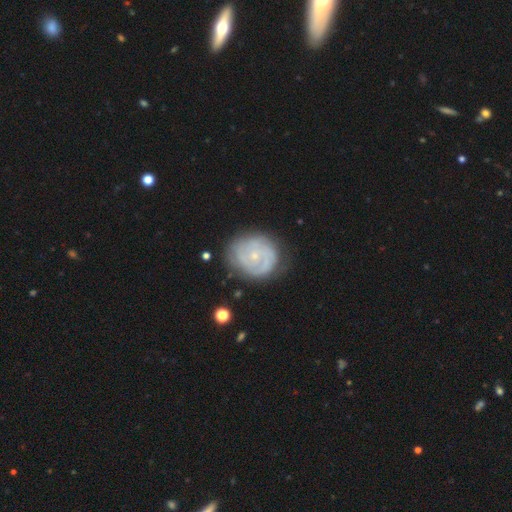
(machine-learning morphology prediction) The model was most divided on "spiral arm count": can't tell: 40%, 2: 31%, 3: 14%, 1: 6%, 4: 5%, more than 4: 4%. More confident: edge-on disk — no (98%); spiral arms — yes (80%); bar — no (80%); bulge size — small (79%); merging — none (71%); smooth or featured — featured or disk (70%); spiral winding — tight (62%).